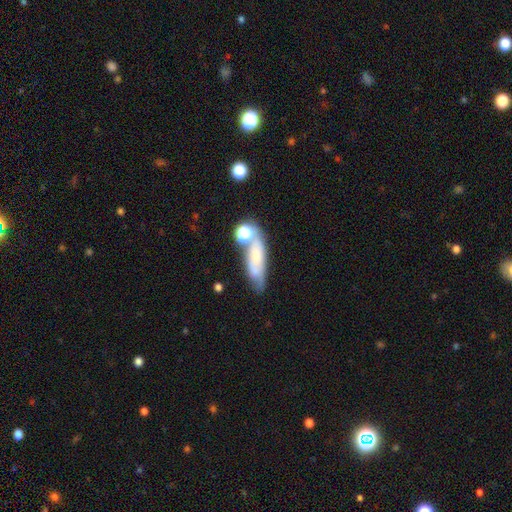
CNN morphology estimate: Q: Smooth or featured?
A: smooth (46%); runner-up: featured or disk (42%)
Q: Merging?
A: none (48%); runner-up: merger (23%)